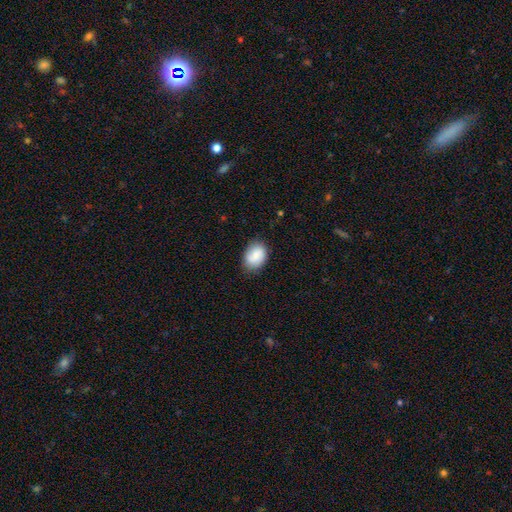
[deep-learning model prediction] Q: Smooth or featured?
A: smooth (78%); runner-up: featured or disk (15%)
Q: How rounded?
A: in between (69%); runner-up: round (30%)
Q: Merging?
A: none (79%); runner-up: minor disturbance (17%)